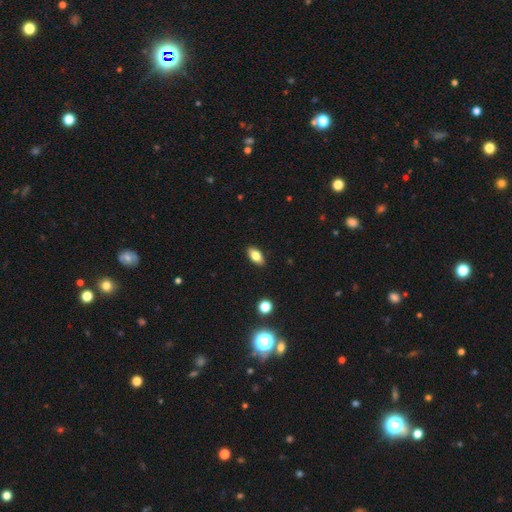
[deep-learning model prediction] The model was most divided on "smooth or featured": smooth: 78%, featured or disk: 14%, star or artifact: 8%. More confident: merging — none (89%); how rounded — in between (89%).